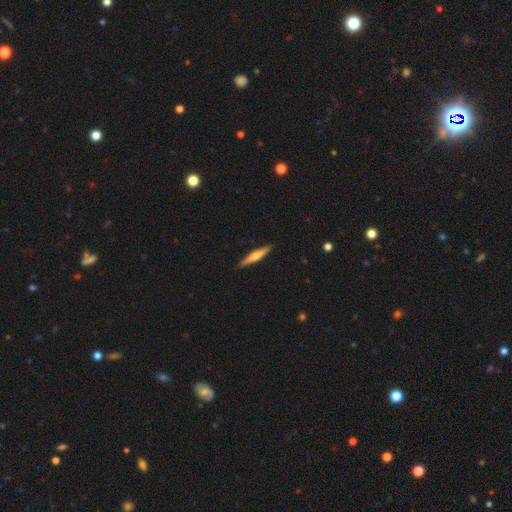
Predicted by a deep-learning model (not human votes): Morphology: type=featured or disk (50%); merging=none (91%).